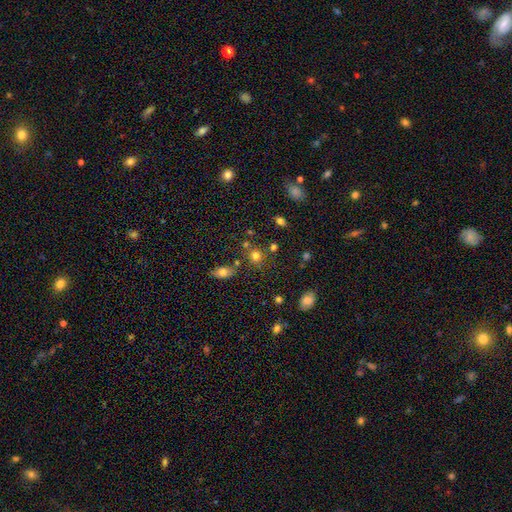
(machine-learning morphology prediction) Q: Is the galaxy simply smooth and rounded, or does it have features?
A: smooth — 74%.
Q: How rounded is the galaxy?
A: round — 81%.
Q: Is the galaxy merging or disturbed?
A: none — 69%.